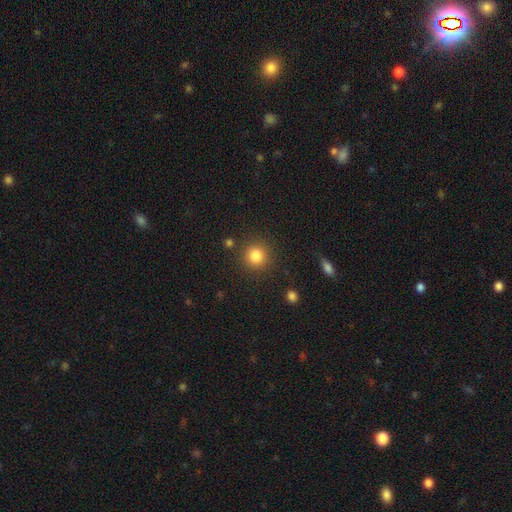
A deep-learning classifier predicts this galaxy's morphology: A smooth galaxy with no disk features (84%) that is round (93%). Merging: none (88%).